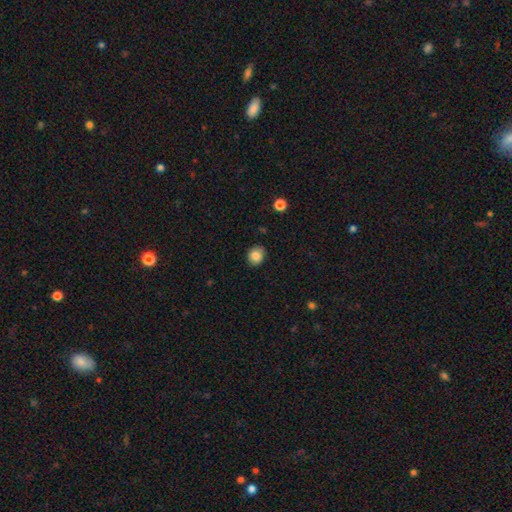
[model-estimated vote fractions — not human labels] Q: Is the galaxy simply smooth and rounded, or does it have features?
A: smooth — 84%.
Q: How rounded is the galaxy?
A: round — 69%.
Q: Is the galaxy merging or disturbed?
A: none — 86%.